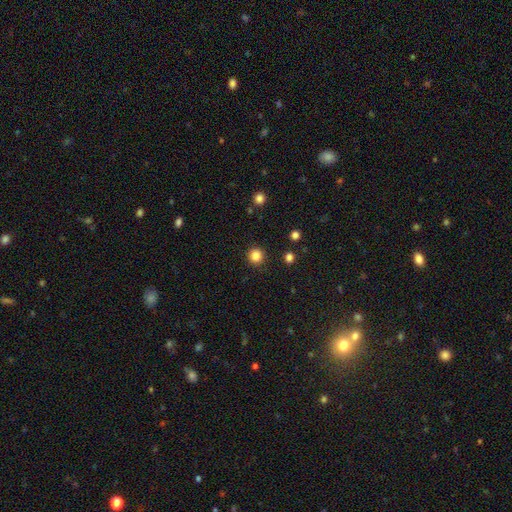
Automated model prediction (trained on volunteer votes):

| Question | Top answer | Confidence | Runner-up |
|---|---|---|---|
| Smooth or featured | smooth | 85% | star or artifact (12%) |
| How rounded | round | 94% | in between (5%) |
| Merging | none | 92% | minor disturbance (5%) |